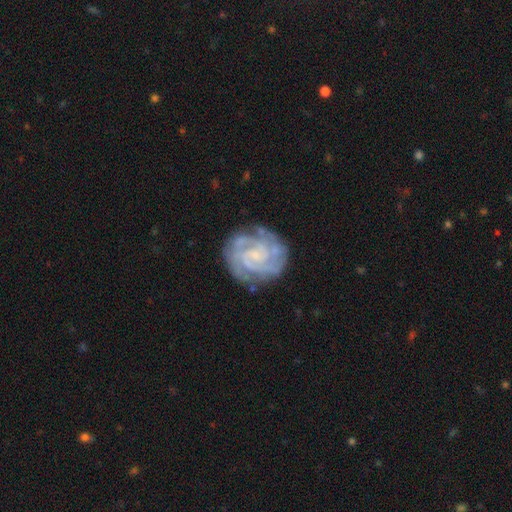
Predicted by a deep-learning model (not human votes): smooth_or_featured: featured or disk (p=0.87) [alt: smooth p=0.07]
disk_edge_on: no (p=0.98) [alt: yes p=0.02]
bar: no (p=0.55) [alt: weak p=0.36]
has_spiral_arms: yes (p=0.97) [alt: no p=0.03]
spiral_winding: tight (p=0.72) [alt: medium p=0.25]
spiral_arm_count: 3 (p=0.26) [alt: 2 p=0.23]
bulge_size: small (p=0.63) [alt: none p=0.21]
merging: none (p=0.79) [alt: minor disturbance p=0.15]